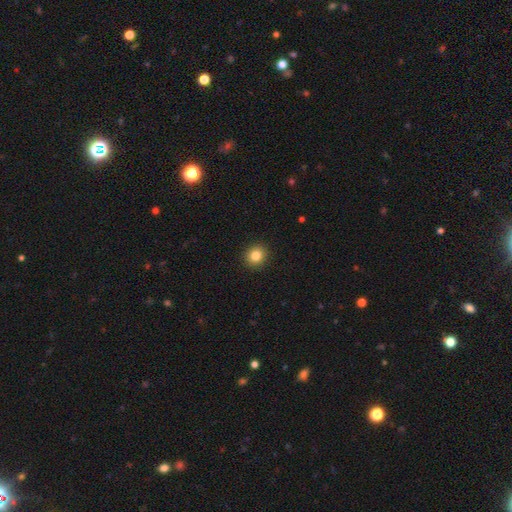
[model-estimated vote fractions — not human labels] Q: Smooth or featured?
A: smooth (83%); runner-up: star or artifact (11%)
Q: How rounded?
A: round (87%); runner-up: in between (12%)
Q: Merging?
A: none (92%); runner-up: minor disturbance (5%)